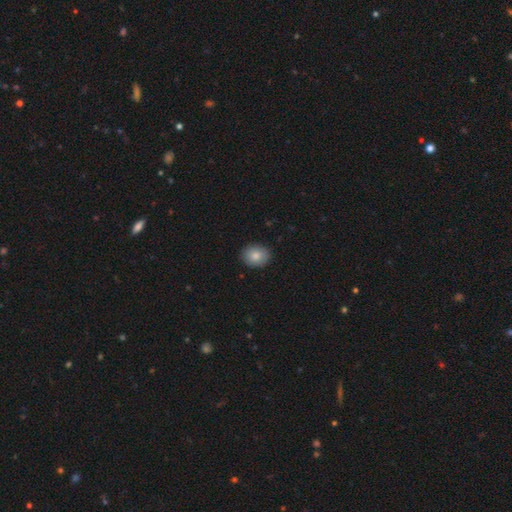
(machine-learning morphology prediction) smooth_or_featured: smooth (p=0.82) [alt: featured or disk p=0.10]
how_rounded: round (p=0.53) [alt: in between p=0.46]
merging: none (p=0.89) [alt: minor disturbance p=0.08]